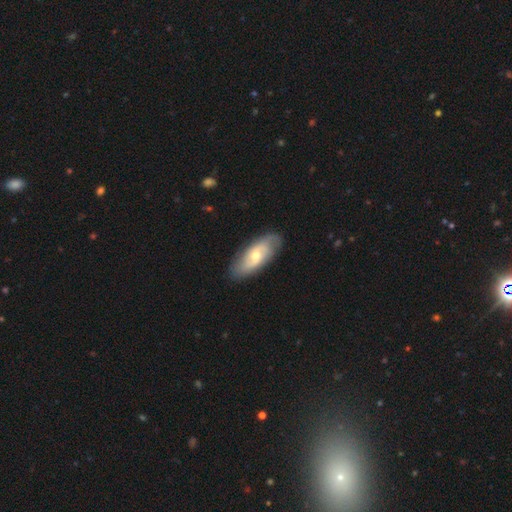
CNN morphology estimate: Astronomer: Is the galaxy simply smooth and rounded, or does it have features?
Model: featured or disk — 66%.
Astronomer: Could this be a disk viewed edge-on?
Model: no — 89%.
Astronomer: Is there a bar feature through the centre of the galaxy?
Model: no — 51% (runner-up: weak, 39%).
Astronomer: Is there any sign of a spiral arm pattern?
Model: yes — 81%.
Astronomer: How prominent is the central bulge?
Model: moderate — 56% (runner-up: small, 39%).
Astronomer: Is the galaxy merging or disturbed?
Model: none — 83%.